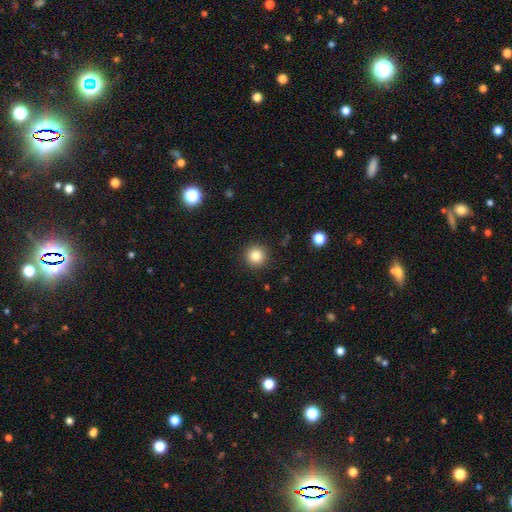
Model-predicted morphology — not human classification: smooth 83%, star or artifact 11%, featured or disk 6%. Down the decision tree: how rounded — round (95%); merging — none (91%).